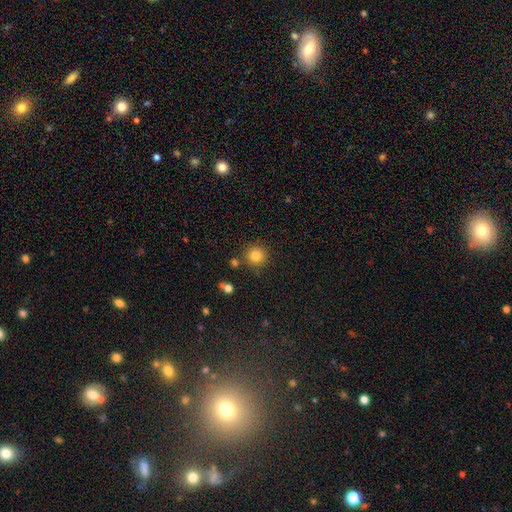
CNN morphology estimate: Smooth or featured? smooth (82%)
How rounded? round (94%)
Merging? none (84%)